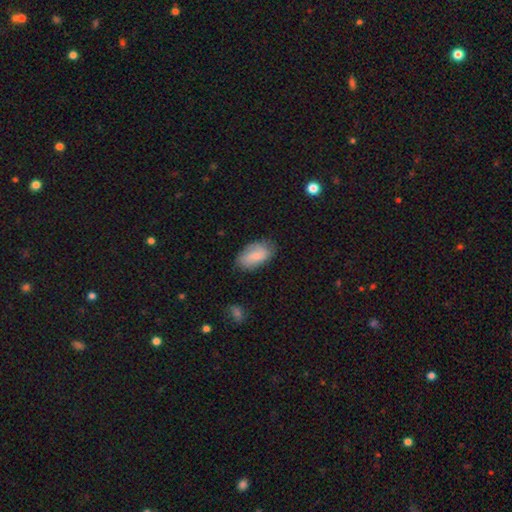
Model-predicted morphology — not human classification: This is likely a smooth galaxy (75%). How rounded: clearly in between (94%). Merging: likely none (69%).